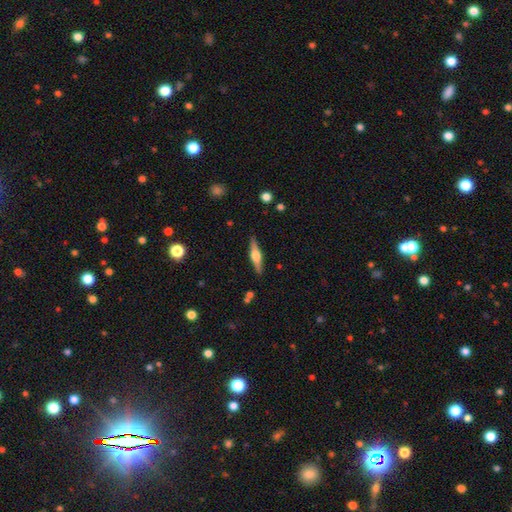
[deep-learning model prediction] This appears to be a featured or disk galaxy (67%) viewed edge-on (97%) with a rounded central bulge (92%). Merging: none (88%).